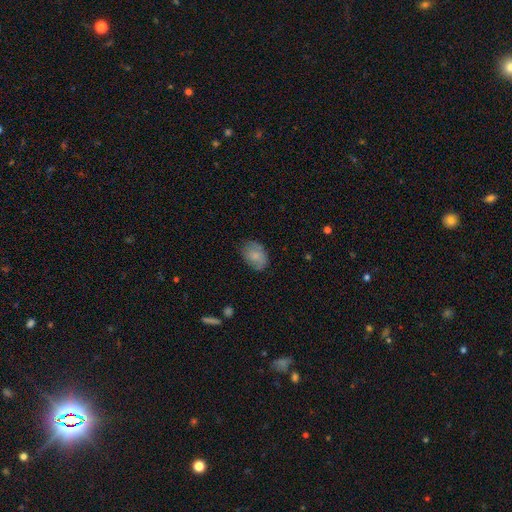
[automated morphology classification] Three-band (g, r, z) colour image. It shows a smooth galaxy with no disk features (78%) that is in between round and cigar-shaped (80%). Merging: none (71%).